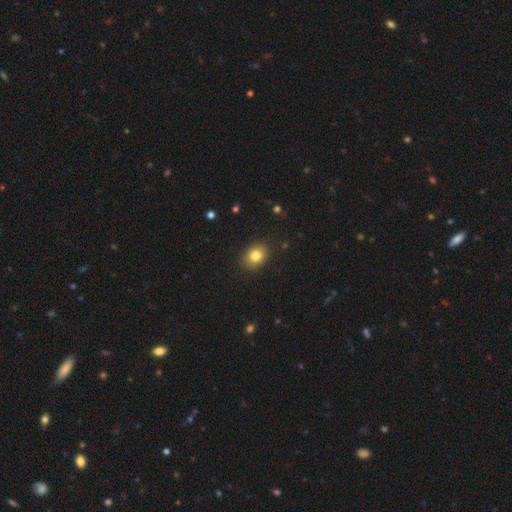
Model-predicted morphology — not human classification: Overall: smooth (82%). How rounded: in between (60%; round 40%). Merging: none (89%).